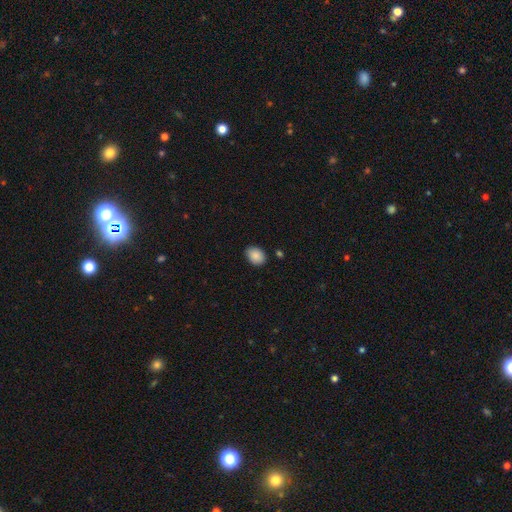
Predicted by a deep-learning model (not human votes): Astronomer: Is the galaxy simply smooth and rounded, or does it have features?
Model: smooth — 89%.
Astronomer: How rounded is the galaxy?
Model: in between — 70%.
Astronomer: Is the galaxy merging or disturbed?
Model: none — 86%.